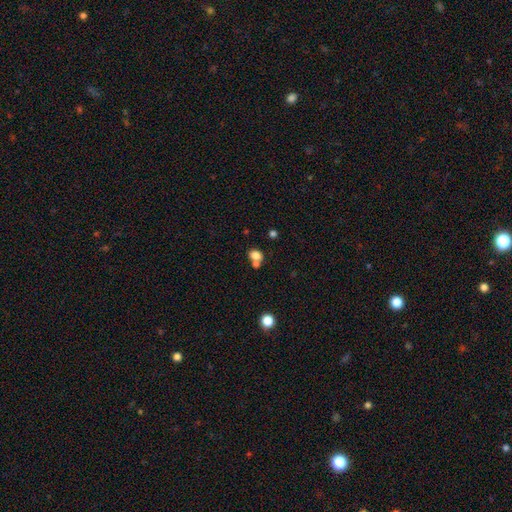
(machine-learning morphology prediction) smooth-or-featured: smooth: 79% | star or artifact: 12% | featured or disk: 9%
  how-rounded: in between: 50% | round: 49% | cigar-shaped: 1%
  merging: none: 46% | merger: 39% | minor disturbance: 10% | major disturbance: 4%